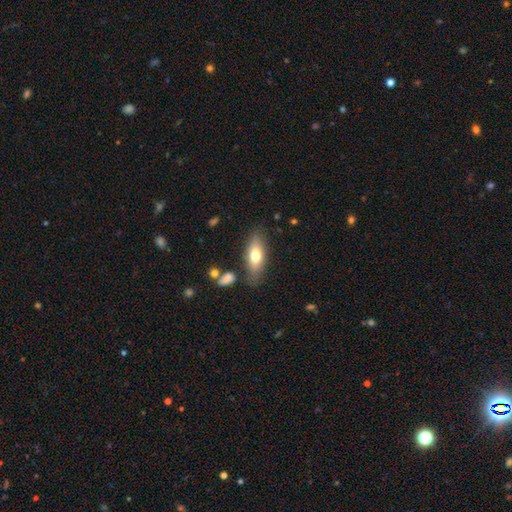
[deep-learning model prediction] Smooth or featured?
  - smooth: 67% *
  - featured or disk: 26%
  - star or artifact: 7%
How rounded?
  - in between: 69% *
  - cigar-shaped: 28%
  - round: 3%
Merging?
  - none: 77% *
  - minor disturbance: 15%
  - merger: 4%
  - major disturbance: 4%